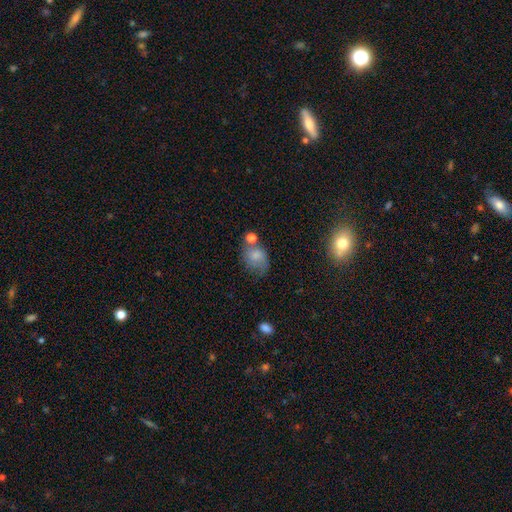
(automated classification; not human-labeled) smooth-or-featured: smooth: 70% | featured or disk: 18% | star or artifact: 11%
  how-rounded: in between: 65% | round: 34% | cigar-shaped: 1%
  merging: none: 41% | minor disturbance: 26% | merger: 21% | major disturbance: 13%